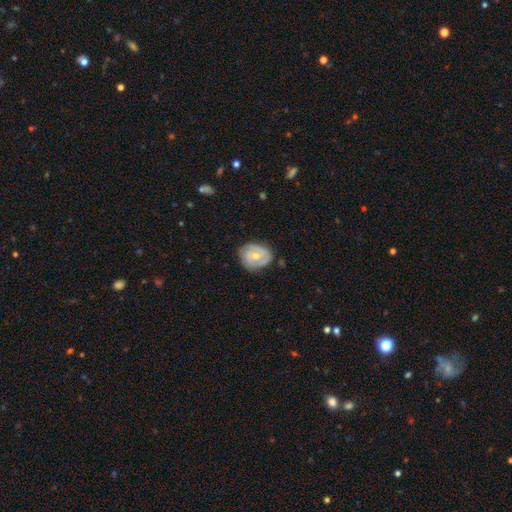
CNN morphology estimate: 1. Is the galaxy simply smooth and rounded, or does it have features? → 66% featured or disk, 28% smooth, 6% star or artifact.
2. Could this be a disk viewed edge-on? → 97% no, 3% yes.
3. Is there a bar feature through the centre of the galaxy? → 58% no, 35% weak, 7% strong.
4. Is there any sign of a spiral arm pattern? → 83% yes, 17% no.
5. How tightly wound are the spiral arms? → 60% tight, 31% medium, 9% loose.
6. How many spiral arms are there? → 53% 2, 24% can't tell, 12% 3, 6% 1, 2% 4, 2% more than 4.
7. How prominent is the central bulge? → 56% moderate, 40% small, 2% large, 1% none, 1% dominant.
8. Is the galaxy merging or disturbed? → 71% none, 22% minor disturbance, 6% major disturbance, 1% merger.